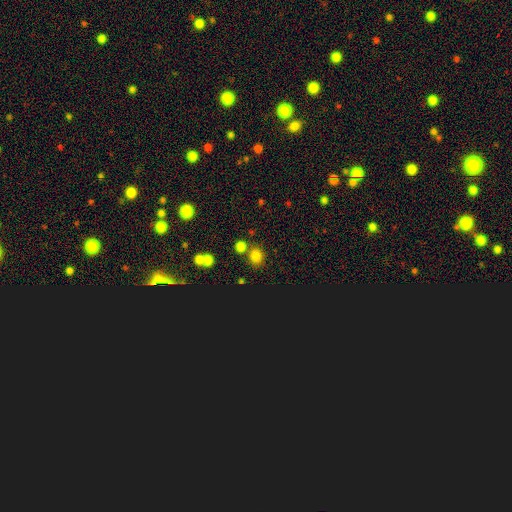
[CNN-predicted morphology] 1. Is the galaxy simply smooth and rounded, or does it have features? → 75% smooth, 19% star or artifact, 6% featured or disk.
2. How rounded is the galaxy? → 74% round, 24% in between, 1% cigar-shaped.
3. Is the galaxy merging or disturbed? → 71% none, 16% merger, 9% minor disturbance, 4% major disturbance.